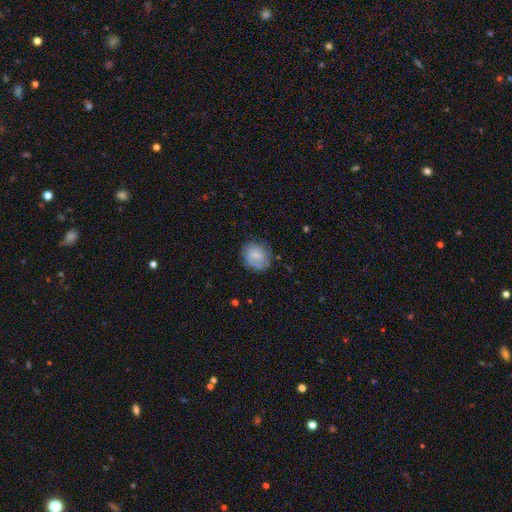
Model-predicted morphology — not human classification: A smooth galaxy with no disk features (62%) that is round (68%).

Vote fractions:
- Smooth or featured? smooth: 62% / featured or disk: 31% / star or artifact: 8%
- How rounded? round: 68% / in between: 31% / cigar-shaped: 1%
- Merging? none: 73% / minor disturbance: 20% / major disturbance: 6% / merger: 1%